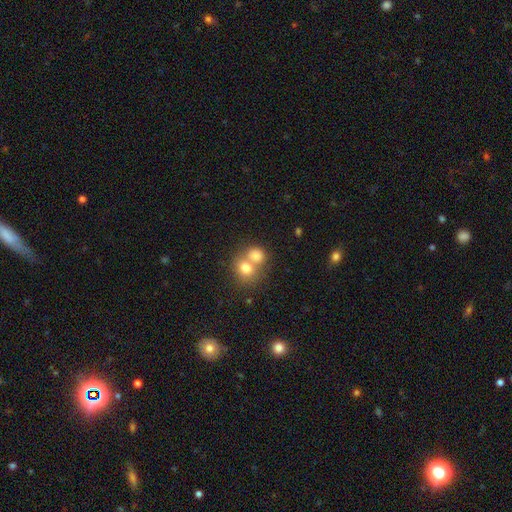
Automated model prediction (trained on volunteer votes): smooth 76%, featured or disk 13%, star or artifact 10%. Down the decision tree: how rounded — round (68%); merging — merger (59%).